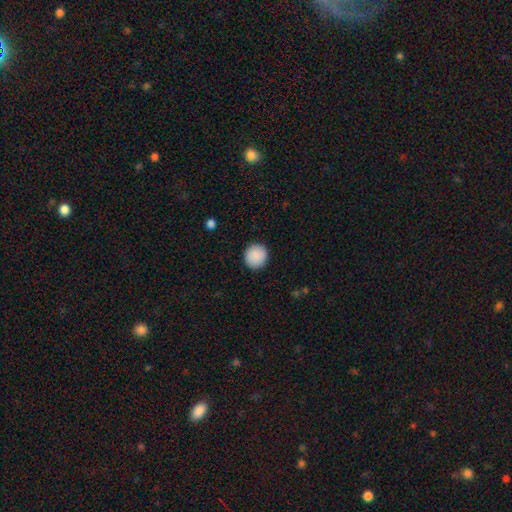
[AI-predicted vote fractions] smooth 90%, star or artifact 7%, featured or disk 3%. Down the decision tree: how rounded — round (92%); merging — none (92%).